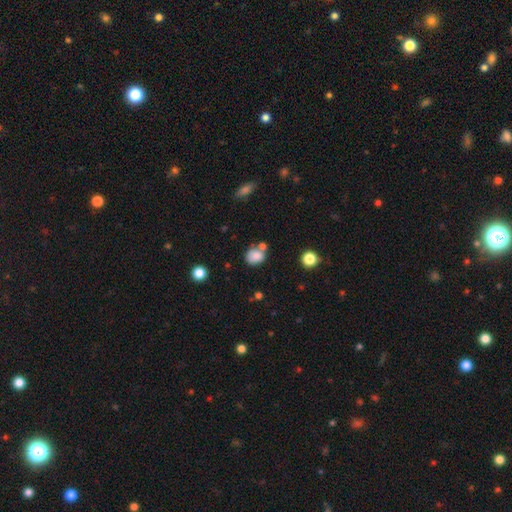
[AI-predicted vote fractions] Overall: smooth (82%). How rounded: round (67%; in between 32%). Merging: none (57%; merger 22%).